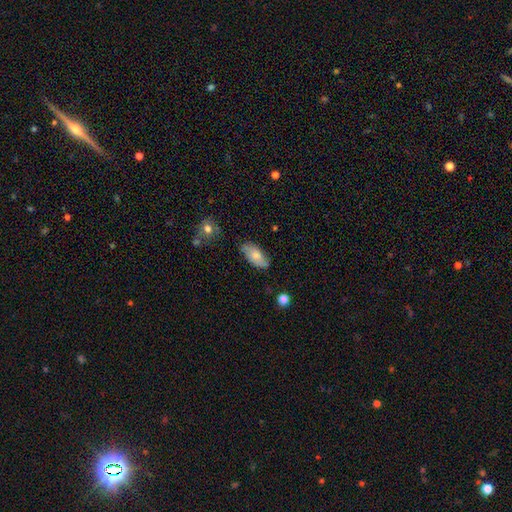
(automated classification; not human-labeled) smooth 69%, featured or disk 24%, star or artifact 7%. Down the decision tree: how rounded — in between (92%); merging — none (75%).